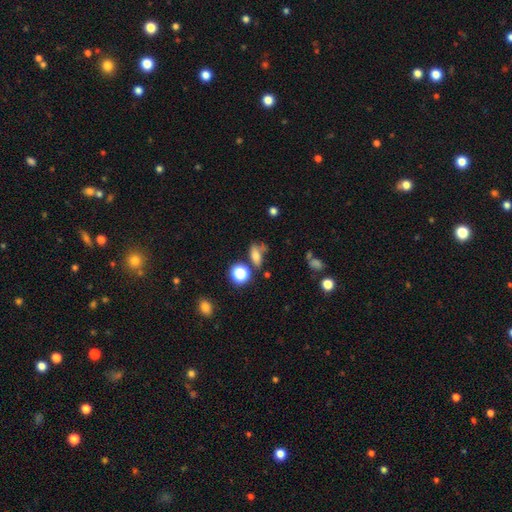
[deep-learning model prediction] Smooth or featured? Predicted: smooth (p=0.66). How rounded? Predicted: in between (p=0.69). Merging? Predicted: none (p=0.51).